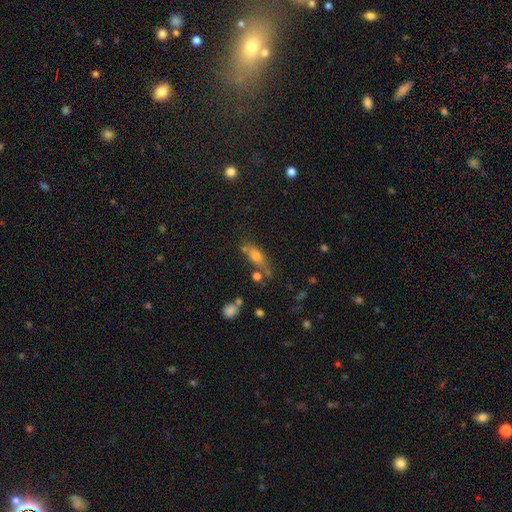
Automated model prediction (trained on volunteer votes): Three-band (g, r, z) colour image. It shows a smooth galaxy with no disk features (61%) that is in between round and cigar-shaped (58%). Merging: none (57%).